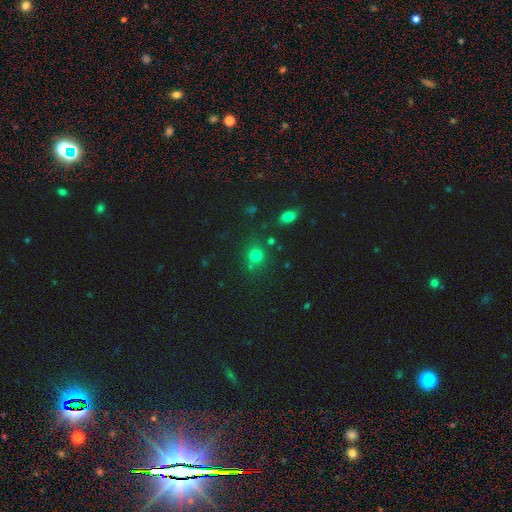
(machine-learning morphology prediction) This appears to be a smooth galaxy with no disk features (74%) that is round (85%). Merging: none (74%).